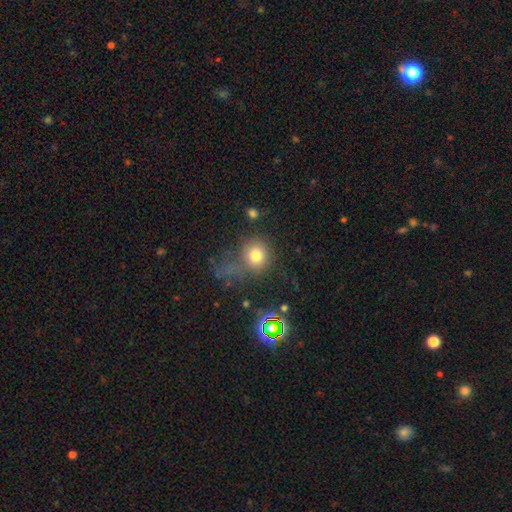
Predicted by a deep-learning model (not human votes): The model was most divided on "merging": none: 56%, major disturbance: 18%, minor disturbance: 16%, merger: 10%. More confident: how rounded — round (87%); smooth or featured — smooth (75%).